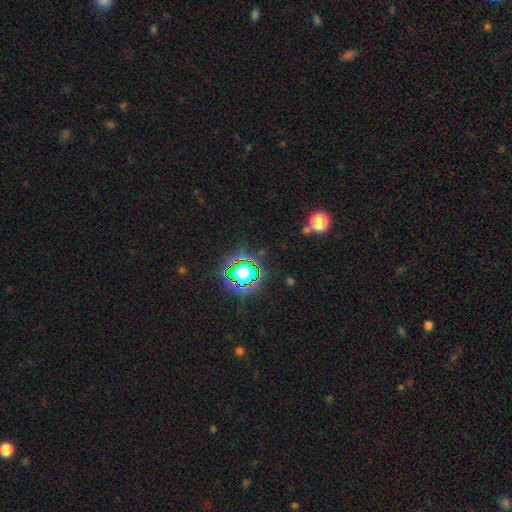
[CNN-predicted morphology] Q: Smooth or featured?
A: star or artifact (81%); runner-up: smooth (12%)